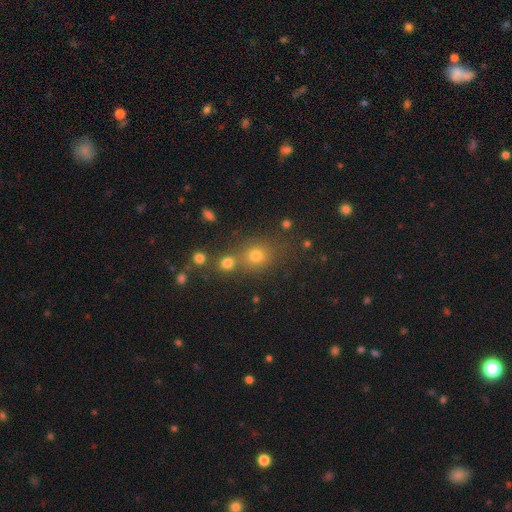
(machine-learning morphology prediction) Smooth or featured: smooth — 69% (star or artifact — 22%)
How rounded: round — 79% (in between — 20%)
Merging: none — 61% (merger — 26%)